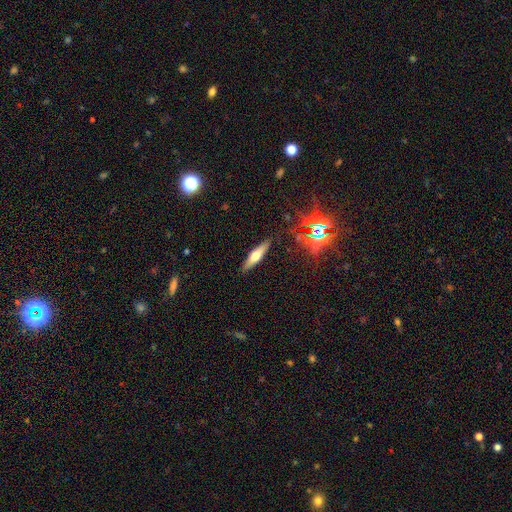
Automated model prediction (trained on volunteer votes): A smooth galaxy with no disk features (48%). Merging: none (88%).